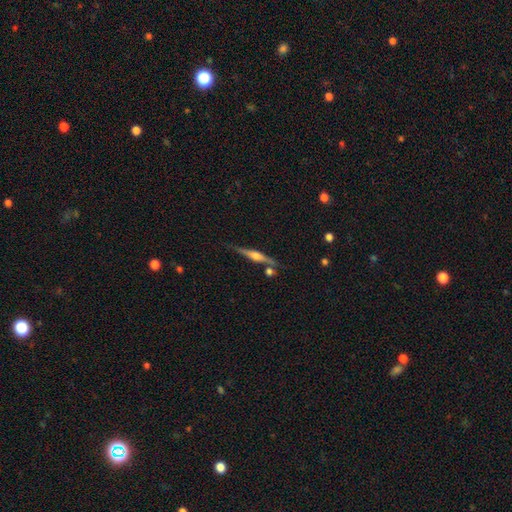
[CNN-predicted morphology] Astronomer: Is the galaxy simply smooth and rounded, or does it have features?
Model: featured or disk — 74%.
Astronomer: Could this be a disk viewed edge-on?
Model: yes — 97%.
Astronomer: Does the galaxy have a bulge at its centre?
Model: rounded — 87%.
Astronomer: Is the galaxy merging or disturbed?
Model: none — 79%.